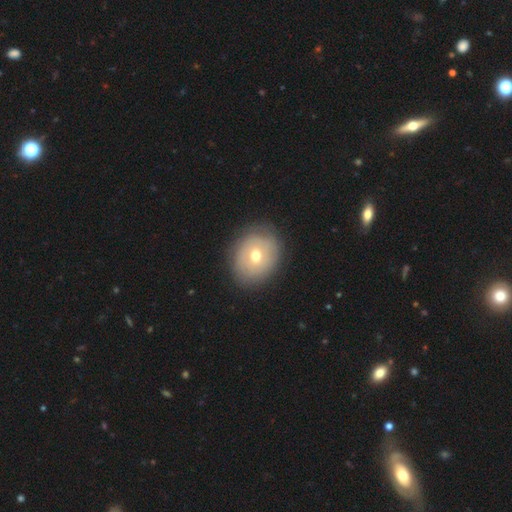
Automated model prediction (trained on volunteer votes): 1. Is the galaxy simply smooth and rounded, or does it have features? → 52% smooth, 39% featured or disk, 8% star or artifact.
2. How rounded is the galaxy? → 54% round, 45% in between, 1% cigar-shaped.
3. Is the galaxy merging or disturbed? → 81% none, 14% minor disturbance, 4% major disturbance, 1% merger.